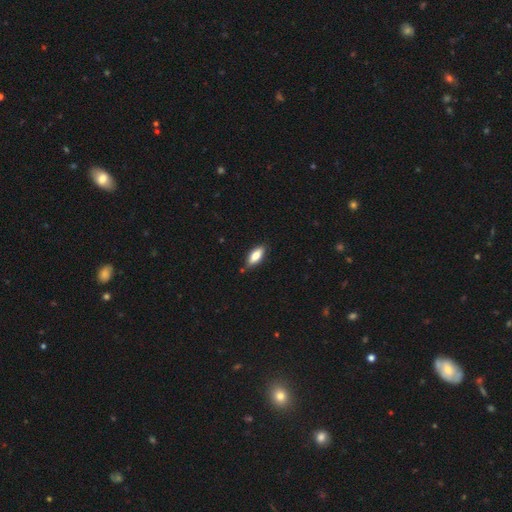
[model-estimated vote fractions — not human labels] smooth 78%, featured or disk 16%, star or artifact 6%. Down the decision tree: how rounded — in between (78%); merging — none (83%).